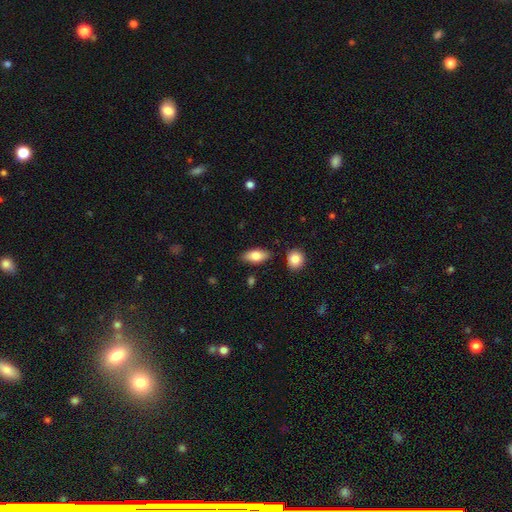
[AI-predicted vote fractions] Smooth or featured: smooth — 77% (featured or disk — 17%)
How rounded: in between — 86% (cigar-shaped — 10%)
Merging: none — 83% (minor disturbance — 11%)